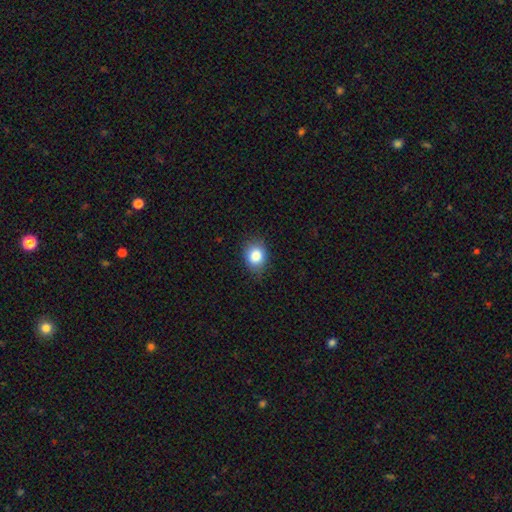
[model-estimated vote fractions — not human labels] Overall: smooth (85%). How rounded: round (53%; in between 46%). Merging: none (79%).